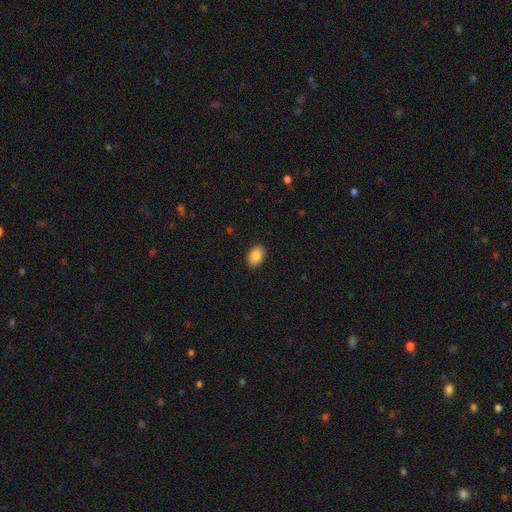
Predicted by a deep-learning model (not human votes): Smooth or featured? Predicted: smooth (p=0.87). How rounded? Predicted: in between (p=0.85). Merging? Predicted: none (p=0.89).